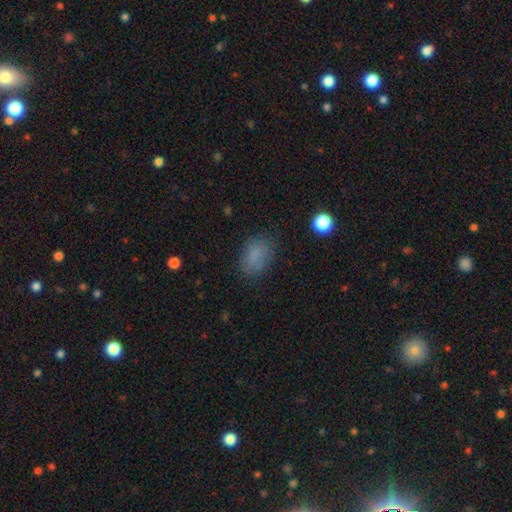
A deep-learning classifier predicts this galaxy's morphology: This appears to be a smooth galaxy with no disk features (81%) that is in between round and cigar-shaped (77%). Merging: none (77%).